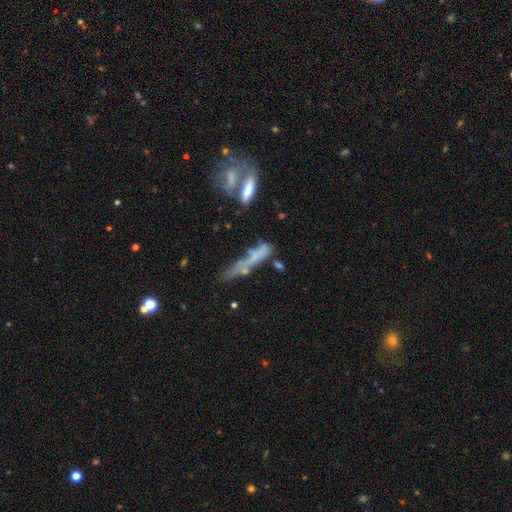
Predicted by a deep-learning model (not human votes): A smooth galaxy with no disk features (51%) that is cigar-shaped (82%).

Vote fractions:
- Smooth or featured? smooth: 51% / featured or disk: 37% / star or artifact: 11%
- How rounded? cigar-shaped: 82% / in between: 15% / round: 3%
- Merging? none: 33% / merger: 23% / minor disturbance: 22% / major disturbance: 22%